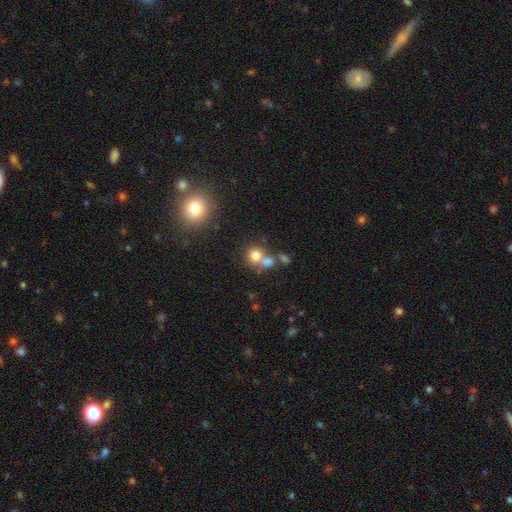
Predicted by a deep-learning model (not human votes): Smooth or featured? smooth (75%)
How rounded? round (82%)
Merging? none (46%)